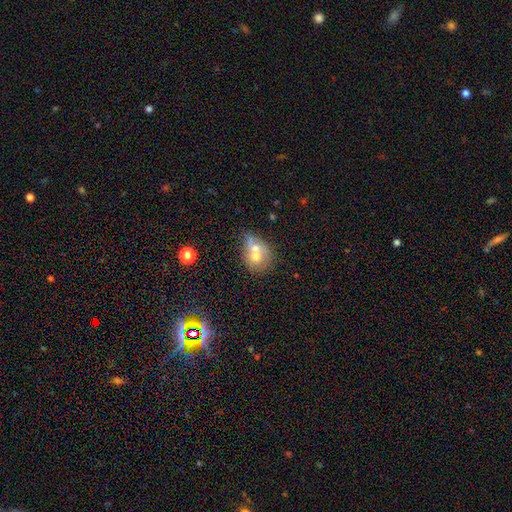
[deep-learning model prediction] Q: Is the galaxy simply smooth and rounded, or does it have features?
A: smooth — 54%.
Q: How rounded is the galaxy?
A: round — 57%.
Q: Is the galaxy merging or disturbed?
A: merger — 62%.